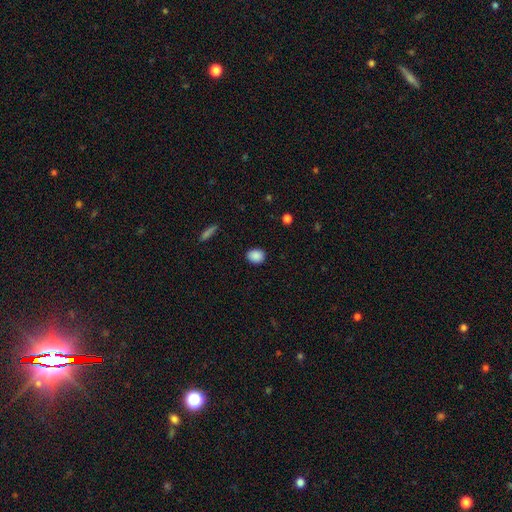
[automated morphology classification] This appears to be a smooth galaxy with no disk features (88%) that is in between round and cigar-shaped (51%). Merging: none (88%).